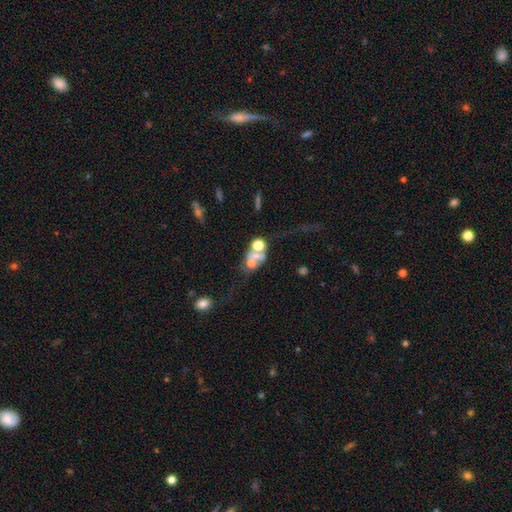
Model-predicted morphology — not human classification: smooth 49%, featured or disk 30%, star or artifact 21%. Down the decision tree: merging — merger (53%).